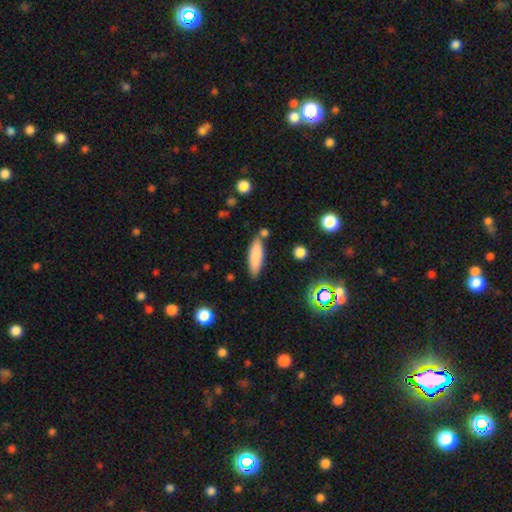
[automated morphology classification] smooth 84%, featured or disk 9%, star or artifact 7%. Down the decision tree: how rounded — cigar-shaped (54%); merging — none (78%).